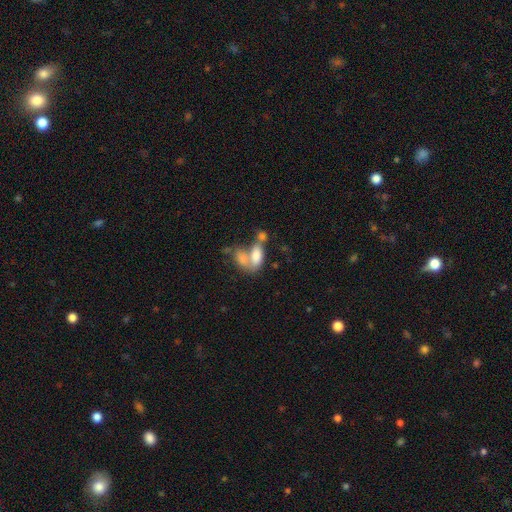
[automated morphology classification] smooth-or-featured: smooth: 73% | featured or disk: 18% | star or artifact: 9%
  how-rounded: in between: 89% | round: 6% | cigar-shaped: 6%
  merging: merger: 61% | none: 20% | major disturbance: 10% | minor disturbance: 9%